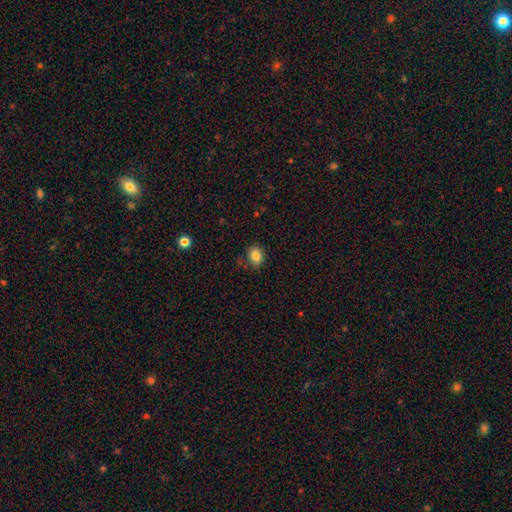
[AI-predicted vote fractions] Smooth or featured: smooth — 83% (star or artifact — 10%)
How rounded: round — 56% (in between — 43%)
Merging: none — 77% (minor disturbance — 17%)